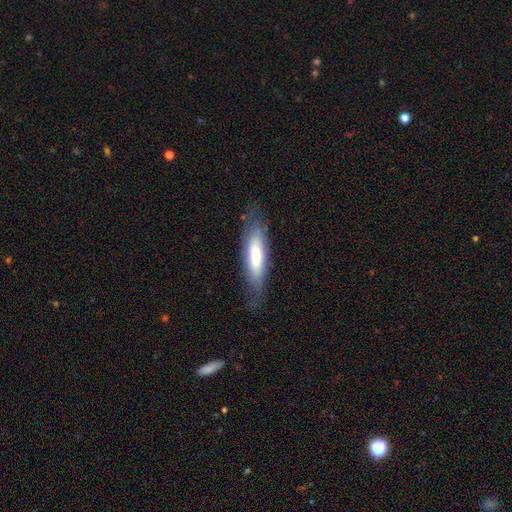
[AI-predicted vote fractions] A smooth galaxy with no disk features (64%) that is cigar-shaped (63%). Merging: none (74%).